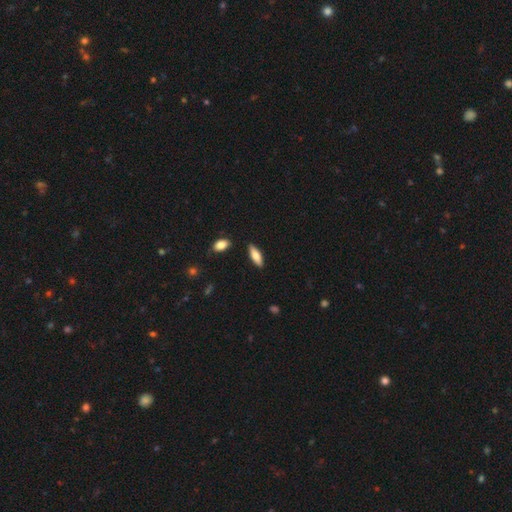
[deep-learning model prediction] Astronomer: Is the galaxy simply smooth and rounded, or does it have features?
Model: smooth — 73%.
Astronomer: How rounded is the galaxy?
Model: in between — 54% (runner-up: cigar-shaped, 44%).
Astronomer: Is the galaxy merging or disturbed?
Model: none — 86%.